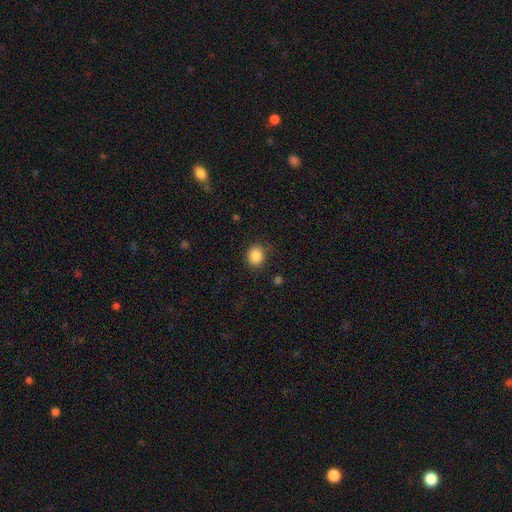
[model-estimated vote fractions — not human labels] smooth 86%, star or artifact 9%, featured or disk 4%. Down the decision tree: how rounded — round (69%); merging — none (82%).